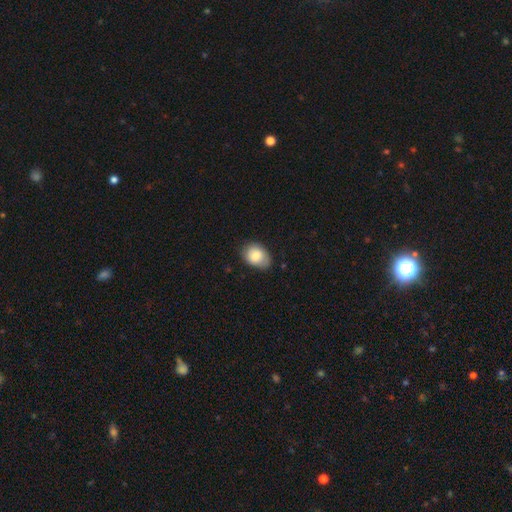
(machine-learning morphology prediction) Smooth or featured? Predicted: smooth (p=0.79). How rounded? Predicted: in between (p=0.72). Merging? Predicted: none (p=0.71).